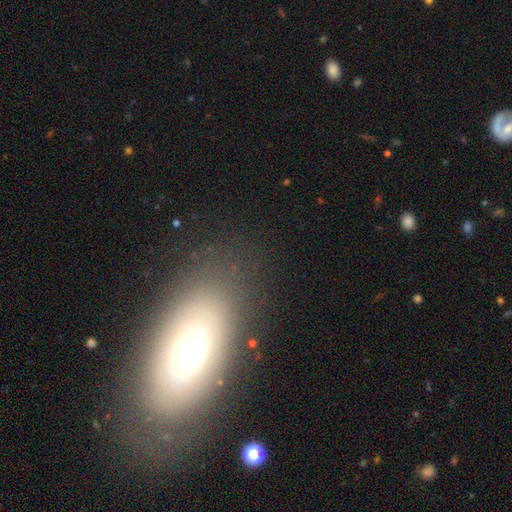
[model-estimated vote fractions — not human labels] Smooth or featured?
  - smooth: 56% *
  - featured or disk: 31%
  - star or artifact: 13%
How rounded?
  - in between: 82% *
  - round: 10%
  - cigar-shaped: 8%
Merging?
  - none: 83% *
  - minor disturbance: 10%
  - major disturbance: 5%
  - merger: 2%